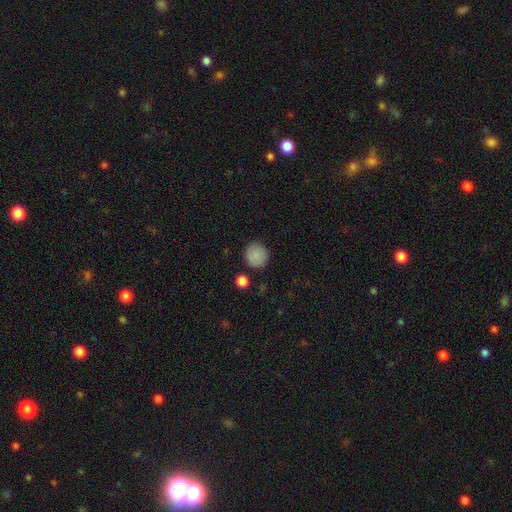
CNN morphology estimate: Smooth or featured: smooth — 87% (star or artifact — 8%)
How rounded: round — 90% (in between — 9%)
Merging: none — 85% (minor disturbance — 10%)